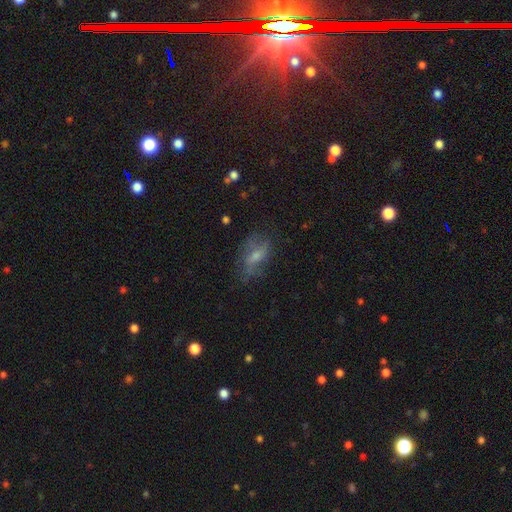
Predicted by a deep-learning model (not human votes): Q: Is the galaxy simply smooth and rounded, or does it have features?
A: featured or disk — 49%.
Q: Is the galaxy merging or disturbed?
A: none — 60%.